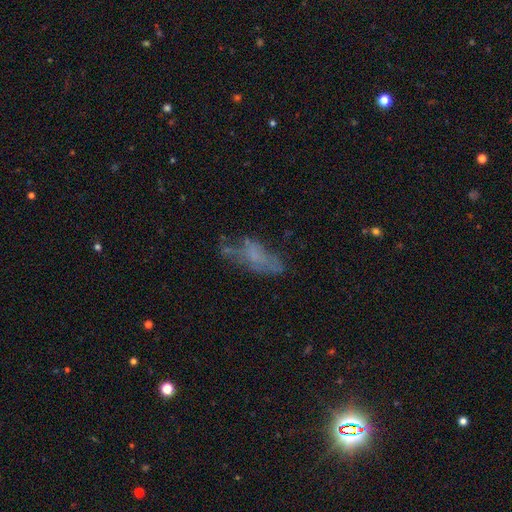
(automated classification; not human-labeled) Smooth or featured: smooth — 43% (featured or disk — 41%)
Merging: none — 42% (major disturbance — 26%)